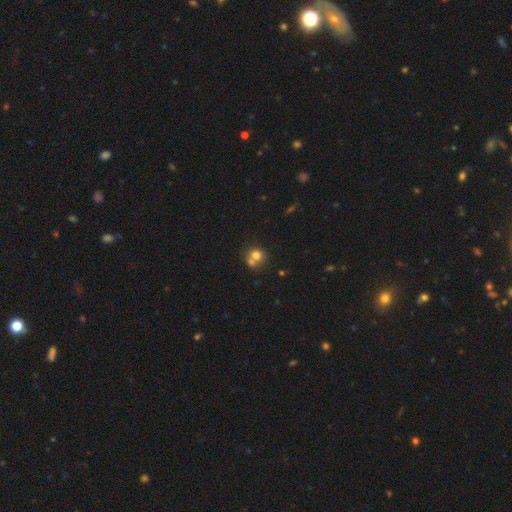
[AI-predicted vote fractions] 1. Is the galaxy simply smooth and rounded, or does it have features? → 73% smooth, 15% featured or disk, 12% star or artifact.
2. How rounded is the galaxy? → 79% round, 20% in between, 1% cigar-shaped.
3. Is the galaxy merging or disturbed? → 47% merger, 41% none, 8% minor disturbance, 3% major disturbance.